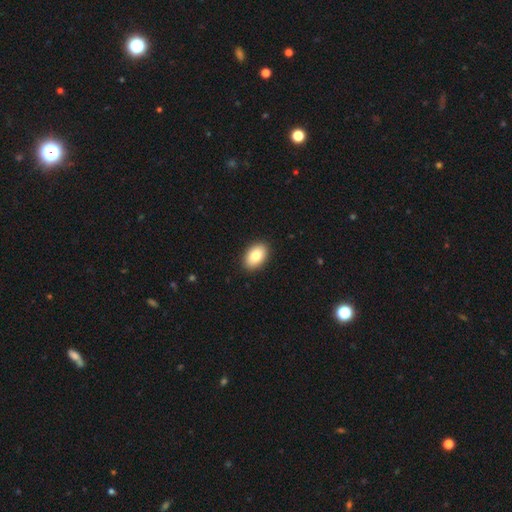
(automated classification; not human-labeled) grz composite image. It shows a smooth galaxy with no disk features (84%) that is in between round and cigar-shaped (90%). Merging: none (90%).